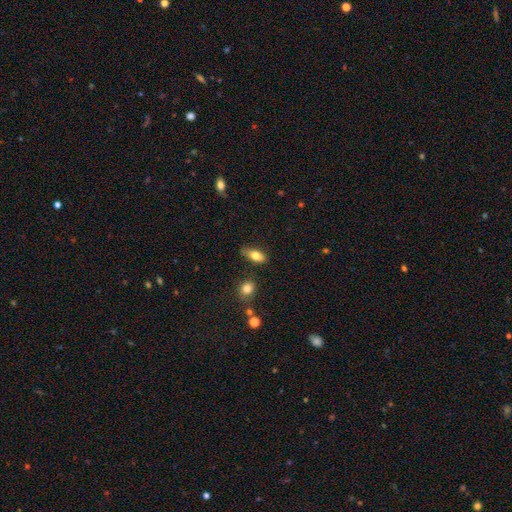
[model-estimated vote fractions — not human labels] This appears to be a smooth galaxy with no disk features (76%) that is in between round and cigar-shaped (83%). Merging: none (77%).